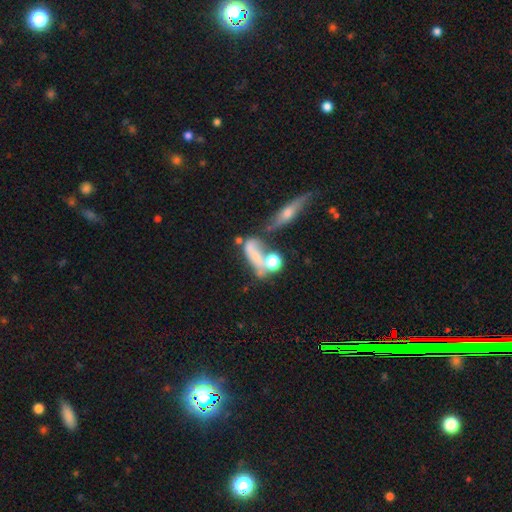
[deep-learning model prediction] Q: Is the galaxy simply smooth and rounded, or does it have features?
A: smooth — 48%.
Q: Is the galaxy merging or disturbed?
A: merger — 40%.